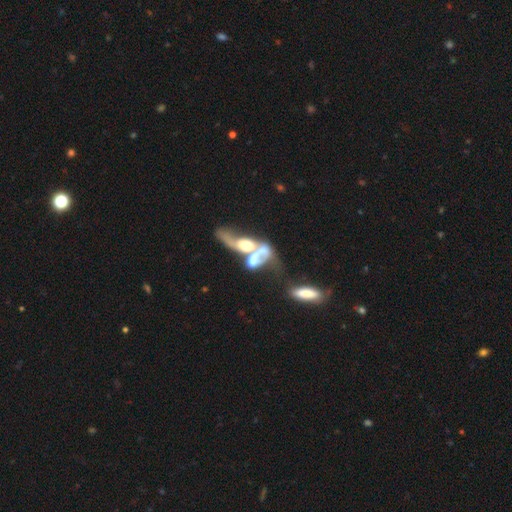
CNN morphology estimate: smooth_or_featured: featured or disk (p=0.62) [alt: smooth p=0.28]
disk_edge_on: no (p=0.88) [alt: yes p=0.12]
bar: no (p=0.74) [alt: weak p=0.16]
has_spiral_arms: no (p=0.56) [alt: yes p=0.44]
bulge_size: moderate (p=0.31) [tied with: large p=0.31]
merging: merger (p=0.73) [alt: major disturbance p=0.16]